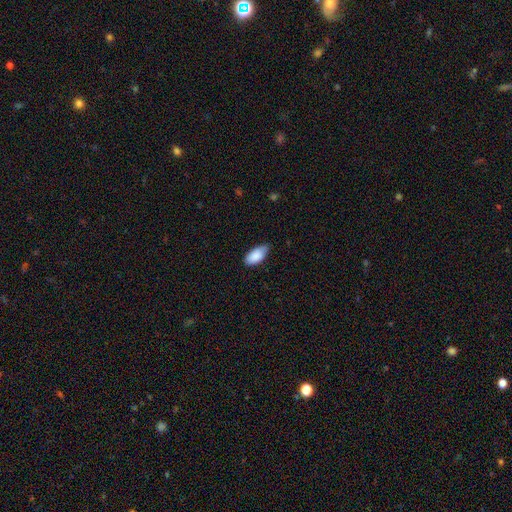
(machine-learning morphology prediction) A smooth galaxy with no disk features (88%) that is in between round and cigar-shaped (93%).

Vote fractions:
- Smooth or featured? smooth: 88% / star or artifact: 6% / featured or disk: 6%
- How rounded? in between: 93% / cigar-shaped: 5% / round: 2%
- Merging? none: 64% / minor disturbance: 31% / major disturbance: 4% / merger: 1%